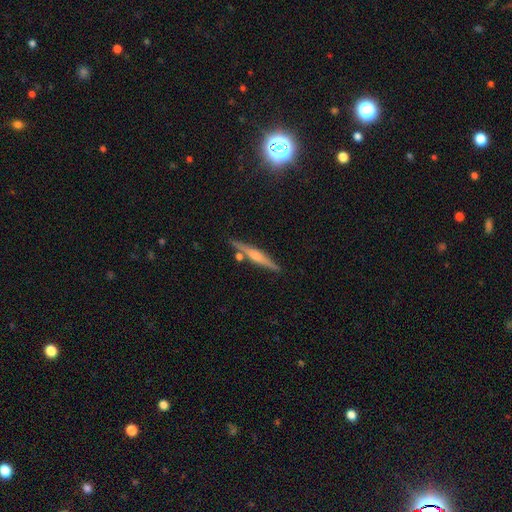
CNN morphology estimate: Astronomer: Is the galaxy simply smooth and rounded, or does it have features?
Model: featured or disk — 65%.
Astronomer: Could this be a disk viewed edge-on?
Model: yes — 97%.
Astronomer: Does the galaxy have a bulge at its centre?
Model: rounded — 63%.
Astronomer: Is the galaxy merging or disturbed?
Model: none — 83%.